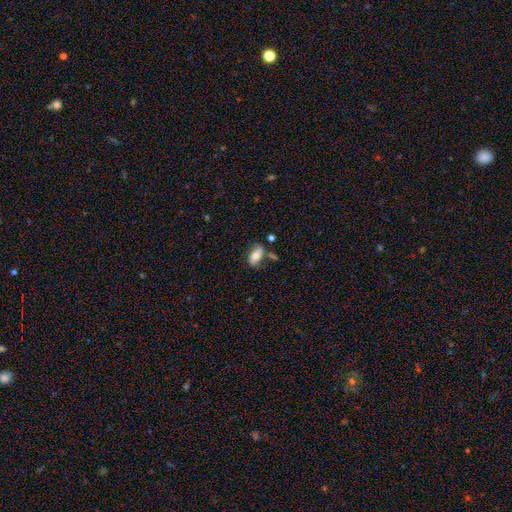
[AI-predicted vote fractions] This appears to be a smooth galaxy with no disk features (65%) that is in between round and cigar-shaped (90%). Merging: none (57%).